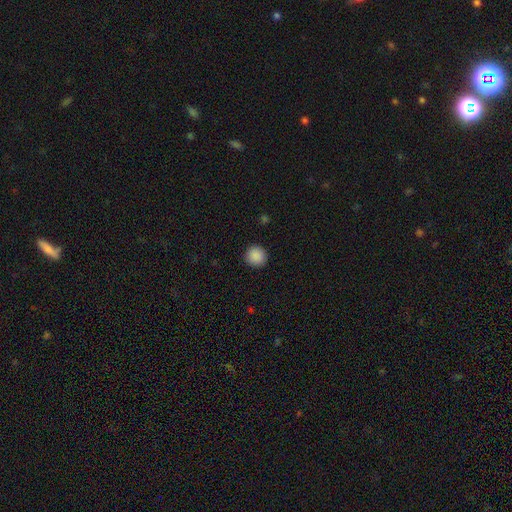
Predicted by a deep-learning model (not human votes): smooth 89%, star or artifact 9%, featured or disk 3%. Down the decision tree: how rounded — round (94%); merging — none (92%).